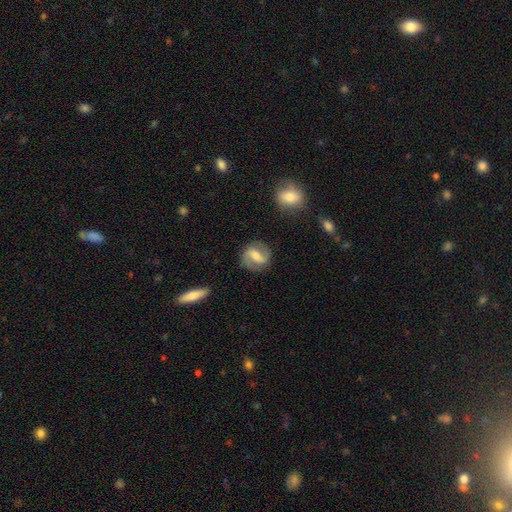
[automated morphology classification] featured or disk 71%, smooth 22%, star or artifact 6%. Down the decision tree: edge-on disk — no (97%); bar — weak (43%); spiral arms — yes (92%); spiral arm count — 2 (90%); spiral winding — medium (48%); bulge size — moderate (48%); merging — none (82%).